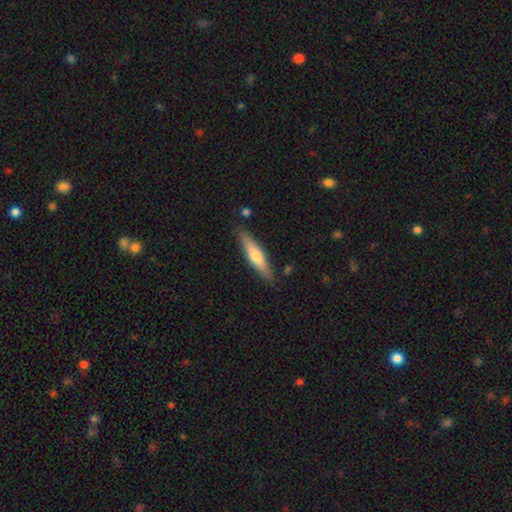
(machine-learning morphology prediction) This appears to be a smooth galaxy with no disk features (52%) that is cigar-shaped (81%). Merging: none (84%).